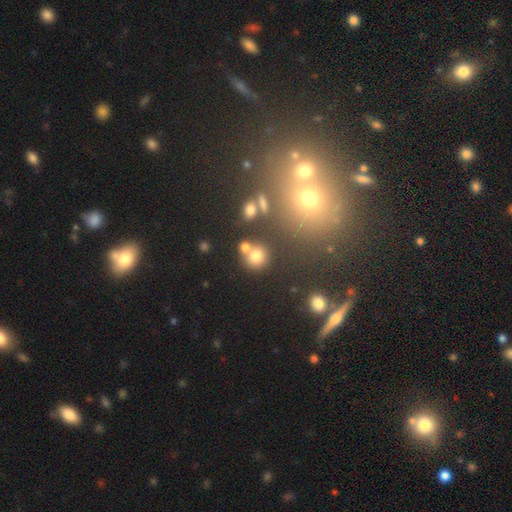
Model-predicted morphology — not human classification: This appears to be a smooth galaxy with no disk features (71%) that is round (84%). Merging: none (55%).